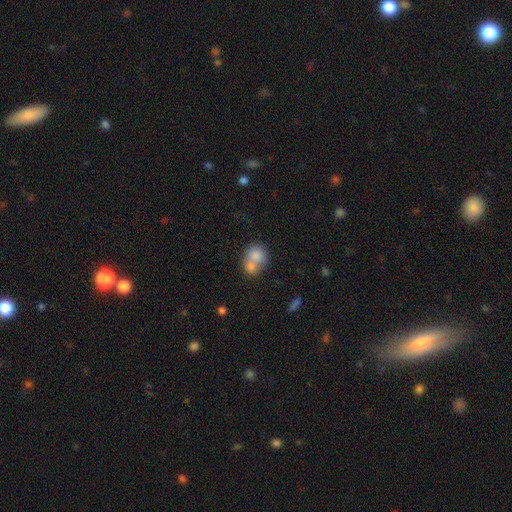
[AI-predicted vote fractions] The model was most divided on "how rounded": round: 65%, in between: 34%, cigar-shaped: 1%. More confident: smooth or featured — smooth (78%); merging — merger (62%).